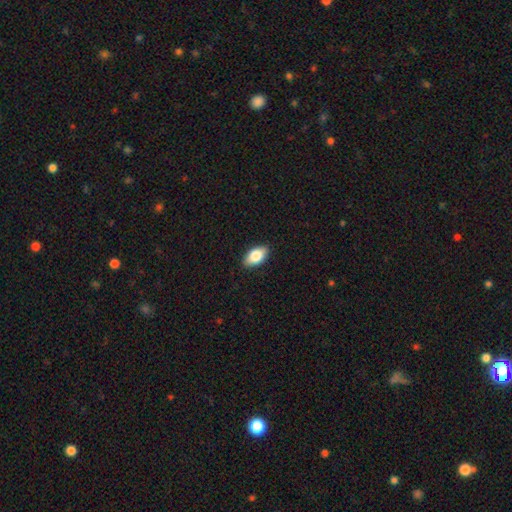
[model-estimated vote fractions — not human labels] The model was most divided on "smooth or featured": smooth: 84%, featured or disk: 10%, star or artifact: 7%. More confident: how rounded — in between (93%); merging — none (89%).